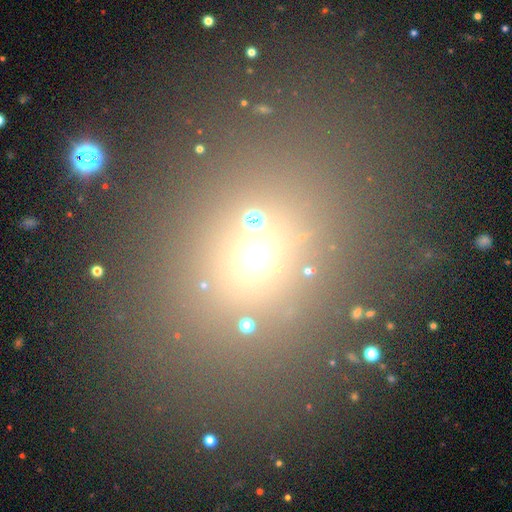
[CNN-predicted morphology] type=smooth (57%); roundness=round (67%); merging=none (73%).